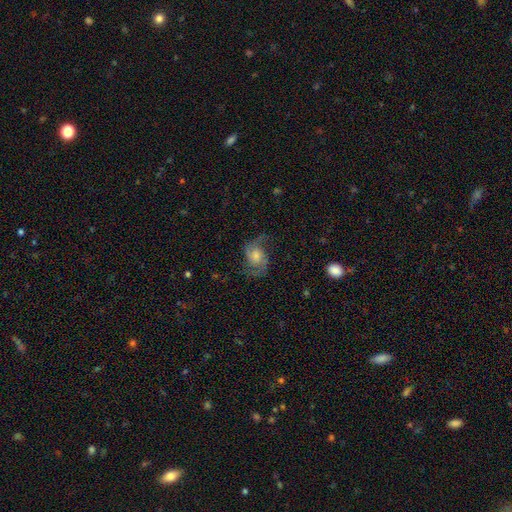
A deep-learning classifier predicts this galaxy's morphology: type=featured or disk (82%); edge-on=no (97%); bar=no (64%); spiral arms=yes (96%); winding=medium (51%); arm count=2 (91%); bulge=moderate (49%); merging=none (74%).